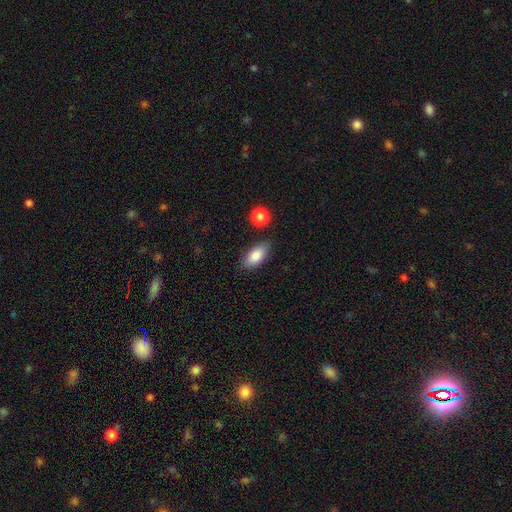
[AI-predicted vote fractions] Overall: smooth (84%). How rounded: in between (89%). Merging: none (83%).